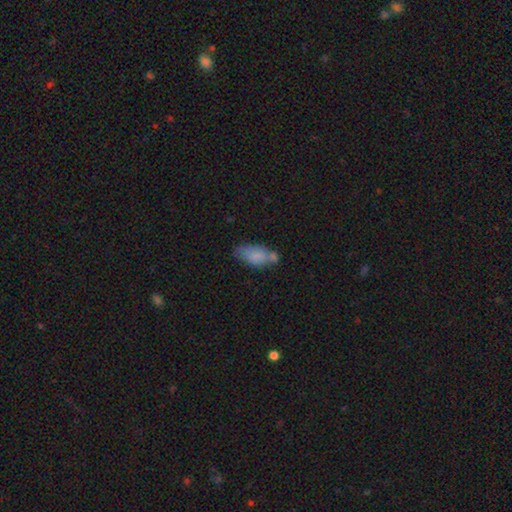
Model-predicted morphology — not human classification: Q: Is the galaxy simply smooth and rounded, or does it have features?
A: smooth — 77%.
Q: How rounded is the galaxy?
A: in between — 88%.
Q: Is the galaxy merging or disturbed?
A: none — 41%.